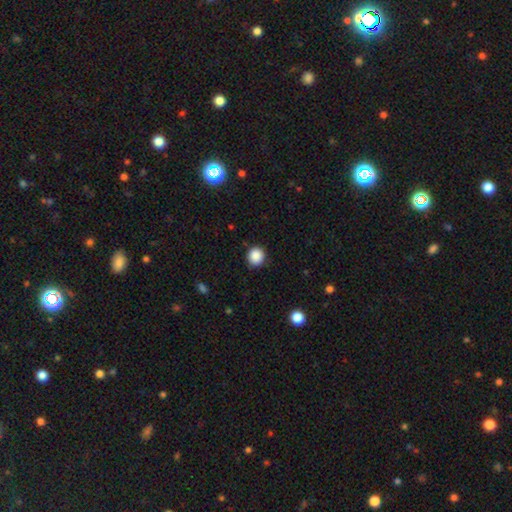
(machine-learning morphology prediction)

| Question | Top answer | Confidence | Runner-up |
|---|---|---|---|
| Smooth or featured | smooth | 88% | star or artifact (10%) |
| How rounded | round | 88% | in between (11%) |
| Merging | none | 89% | minor disturbance (8%) |